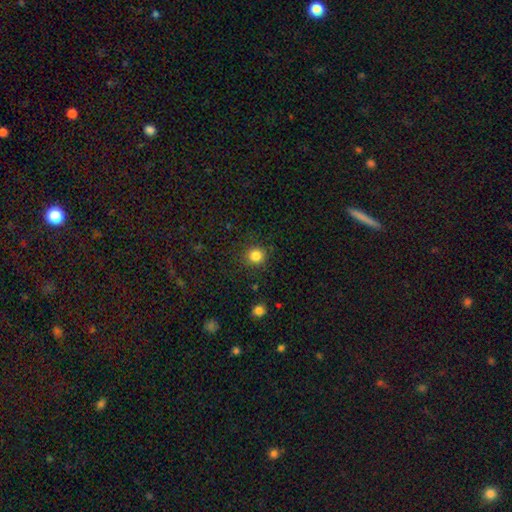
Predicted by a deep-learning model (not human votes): smooth-or-featured: smooth: 84% | star or artifact: 12% | featured or disk: 5%
  how-rounded: round: 90% | in between: 9% | cigar-shaped: 1%
  merging: none: 88% | minor disturbance: 7% | major disturbance: 3% | merger: 1%